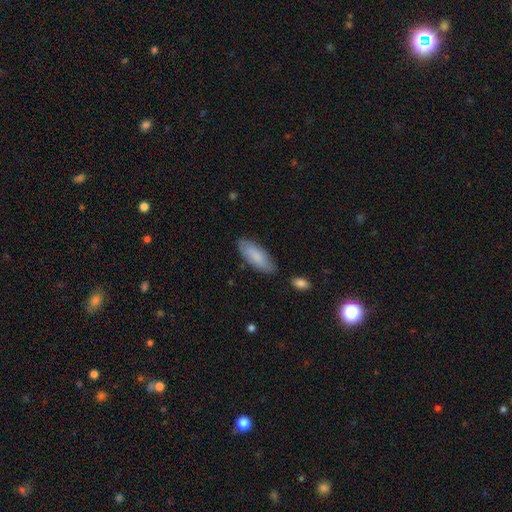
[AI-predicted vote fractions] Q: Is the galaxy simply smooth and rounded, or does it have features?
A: smooth — 83%.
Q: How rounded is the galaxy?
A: in between — 68%.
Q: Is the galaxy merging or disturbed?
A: none — 81%.